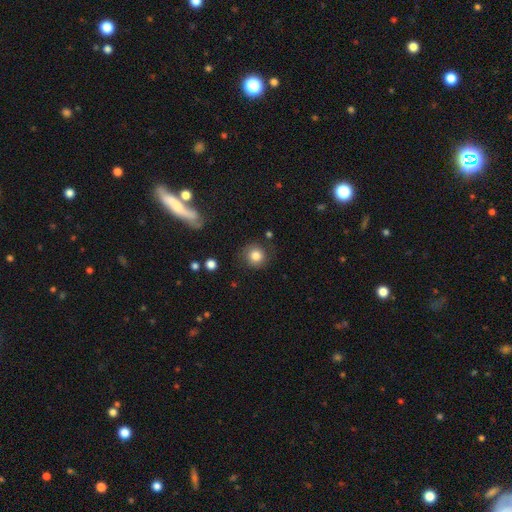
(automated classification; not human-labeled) Smooth or featured?
  - smooth: 81% *
  - star or artifact: 10%
  - featured or disk: 9%
How rounded?
  - round: 90% *
  - in between: 9%
  - cigar-shaped: 1%
Merging?
  - none: 78% *
  - minor disturbance: 14%
  - major disturbance: 6%
  - merger: 2%